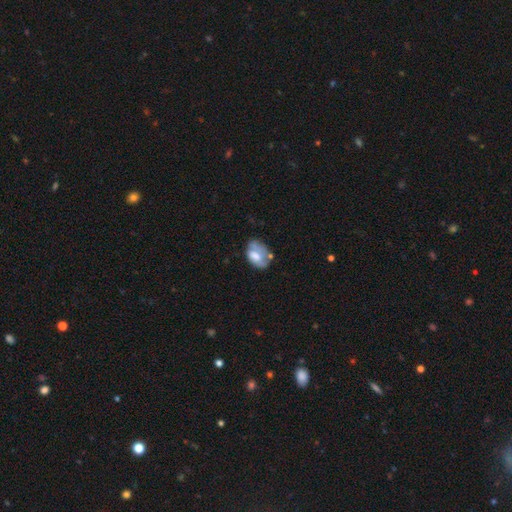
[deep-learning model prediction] Morphology: type=smooth (55%); roundness=in between (84%); merging=none (40%).